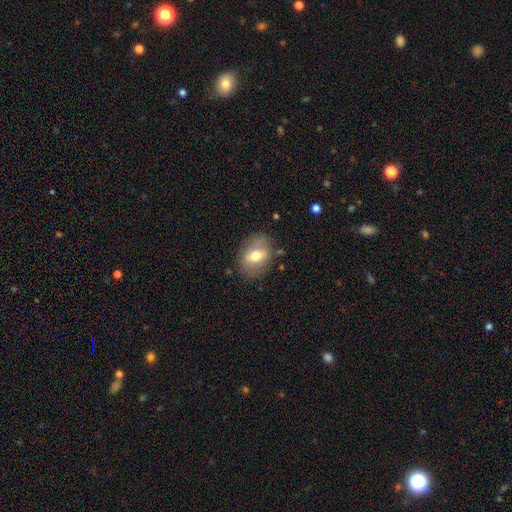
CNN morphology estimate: Smooth or featured: smooth — 59% (featured or disk — 33%)
How rounded: in between — 71% (round — 27%)
Merging: none — 76% (minor disturbance — 17%)